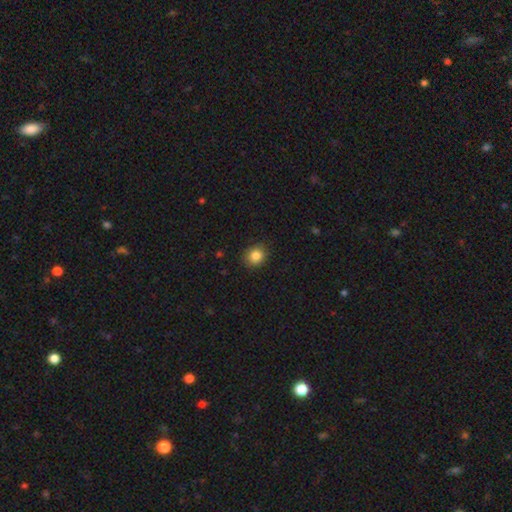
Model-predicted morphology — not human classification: Overall: smooth (85%). How rounded: round (67%; in between 32%). Merging: none (88%).